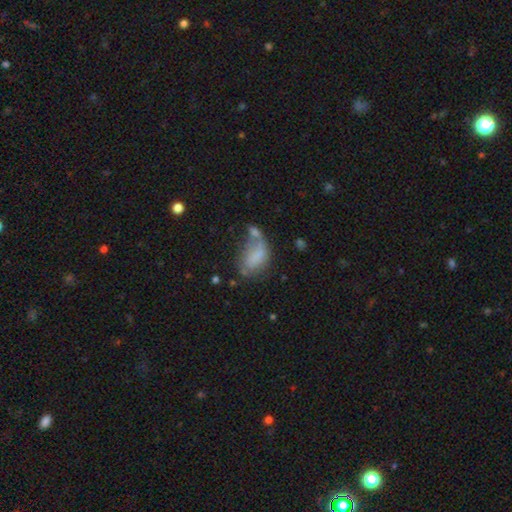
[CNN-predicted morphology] A smooth galaxy with no disk features (65%) that is in between round and cigar-shaped (88%).

Vote fractions:
- Smooth or featured? smooth: 65% / featured or disk: 23% / star or artifact: 11%
- How rounded? in between: 88% / round: 6% / cigar-shaped: 5%
- Merging? major disturbance: 26% (tied) / merger: 26% (tied) / none: 25% / minor disturbance: 23%